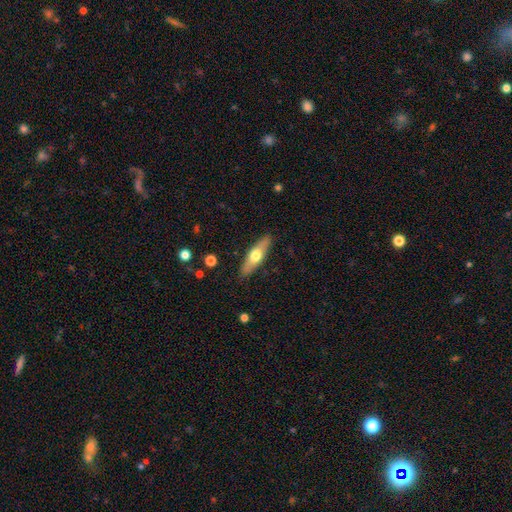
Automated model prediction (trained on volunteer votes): Smooth or featured? smooth (52%)
How rounded? cigar-shaped (55%)
Merging? none (87%)